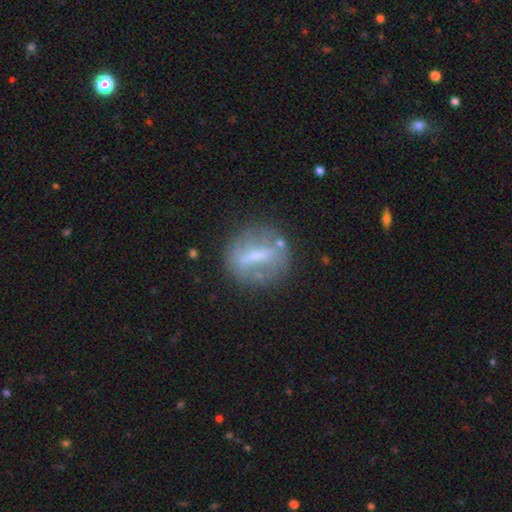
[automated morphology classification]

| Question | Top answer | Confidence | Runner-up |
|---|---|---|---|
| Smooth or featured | featured or disk | 58% | smooth (33%) |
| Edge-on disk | no | 88% | yes (12%) |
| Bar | strong | 52% | weak (31%) |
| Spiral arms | no | 75% | yes (25%) |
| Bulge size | small | 33% | moderate (31%) |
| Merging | none | 69% | minor disturbance (17%) |